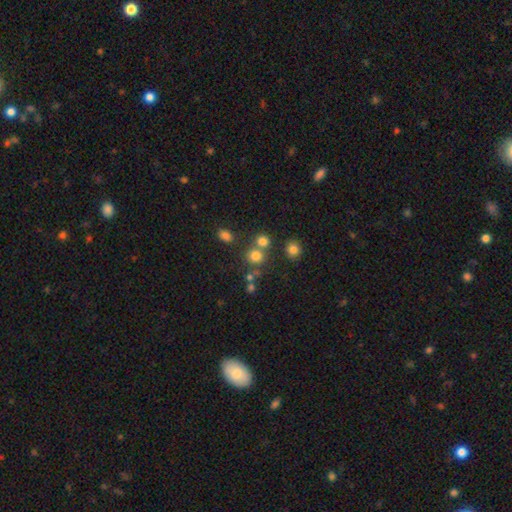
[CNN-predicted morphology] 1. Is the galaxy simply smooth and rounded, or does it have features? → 75% smooth, 16% star or artifact, 9% featured or disk.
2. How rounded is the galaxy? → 85% round, 14% in between, 1% cigar-shaped.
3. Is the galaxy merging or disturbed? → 60% none, 28% merger, 8% minor disturbance, 4% major disturbance.